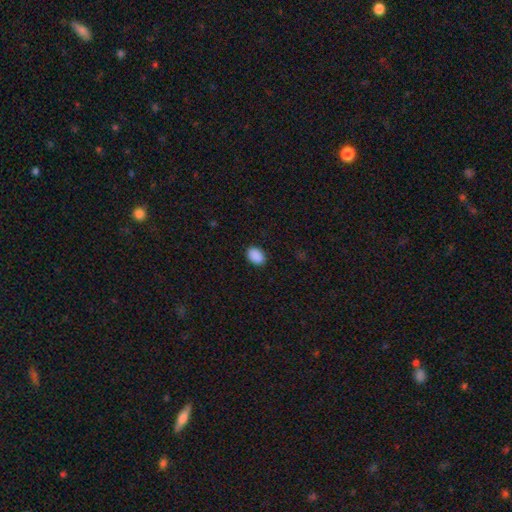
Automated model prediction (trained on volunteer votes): Overall: smooth (90%). How rounded: in between (78%). Merging: none (89%).